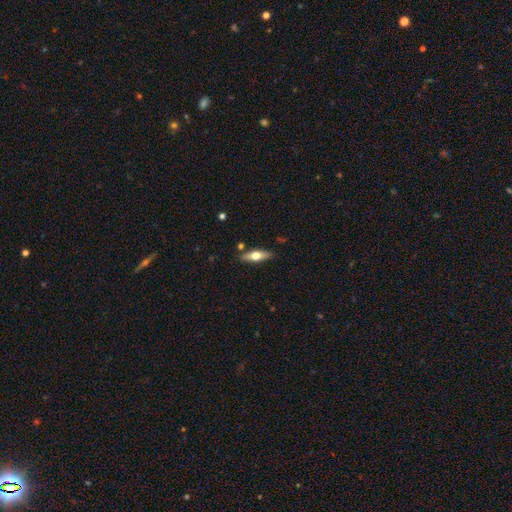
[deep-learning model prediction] Smooth or featured?
  - featured or disk: 48% *
  - smooth: 46%
  - star or artifact: 6%
Merging?
  - none: 83% *
  - minor disturbance: 11%
  - merger: 3%
  - major disturbance: 2%